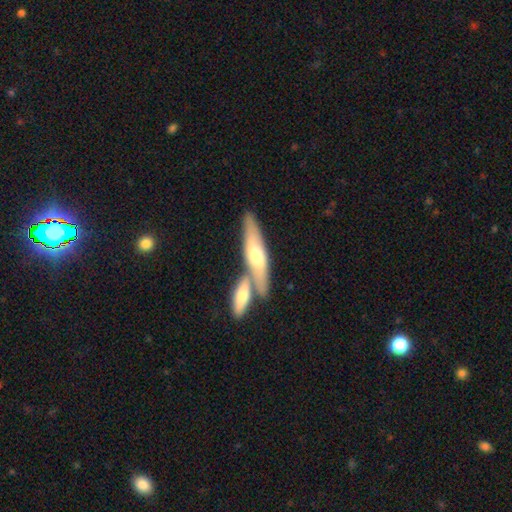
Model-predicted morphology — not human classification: A featured or disk galaxy (49%). Merging: none (47%).